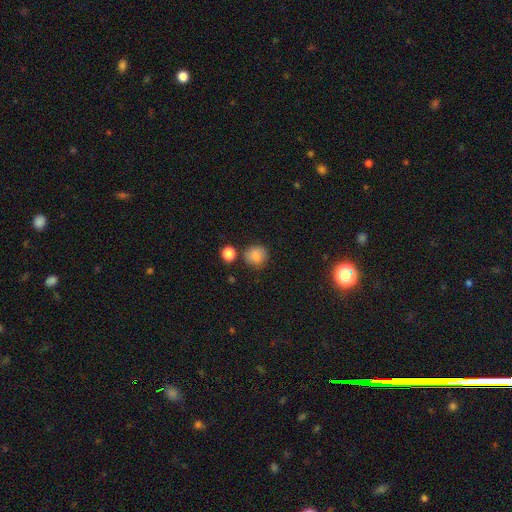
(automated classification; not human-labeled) A smooth galaxy with no disk features (83%) that is round (83%).

Vote fractions:
- Smooth or featured? smooth: 83% / star or artifact: 11% / featured or disk: 6%
- How rounded? round: 83% / in between: 16% / cigar-shaped: 1%
- Merging? none: 75% / minor disturbance: 15% / merger: 6% / major disturbance: 4%